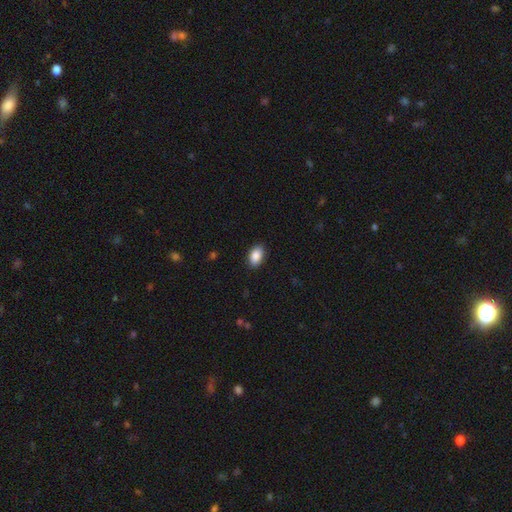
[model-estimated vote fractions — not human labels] Overall: smooth (88%). How rounded: in between (90%). Merging: none (88%).